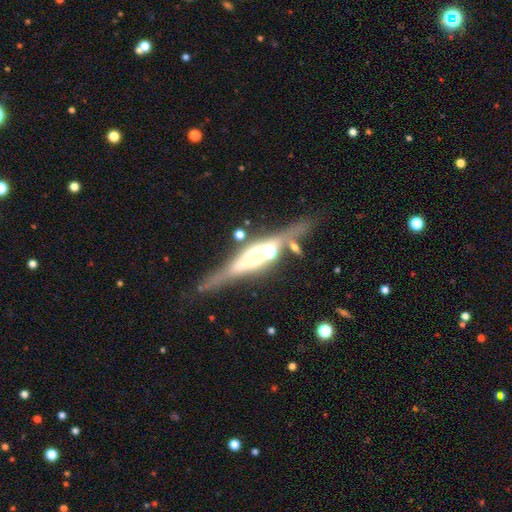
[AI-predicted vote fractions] A featured or disk galaxy (78%) viewed edge-on (94%) with a rounded central bulge (67%). Merging: none (70%).